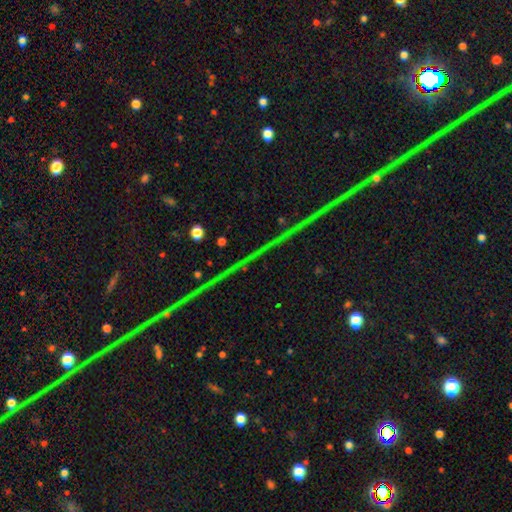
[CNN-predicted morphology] smooth-or-featured: star or artifact: 79% | featured or disk: 14% | smooth: 7%